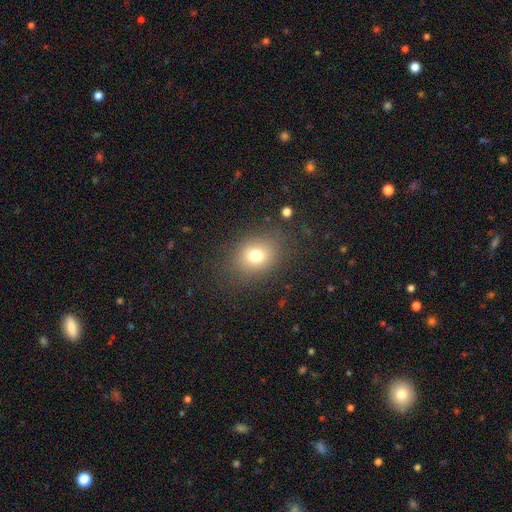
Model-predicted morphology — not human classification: The model was most divided on "how rounded": in between: 52%, round: 47%, cigar-shaped: 1%. More confident: merging — none (80%); smooth or featured — smooth (76%).